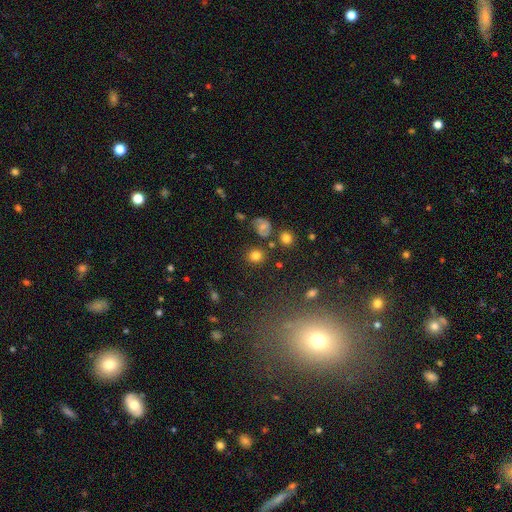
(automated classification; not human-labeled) smooth_or_featured: smooth (p=0.80) [alt: star or artifact p=0.13]
how_rounded: round (p=0.82) [alt: in between p=0.17]
merging: none (p=0.81) [alt: minor disturbance p=0.10]